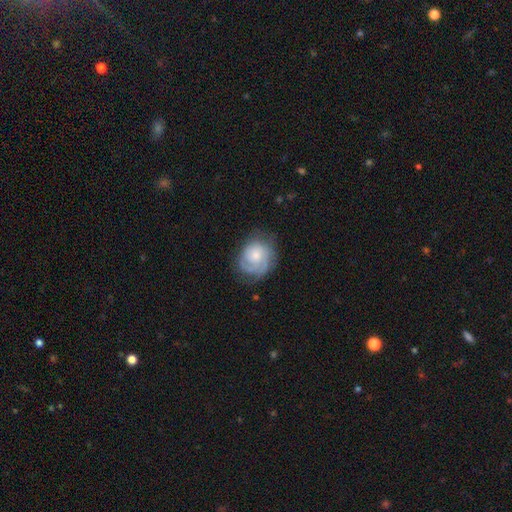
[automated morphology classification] Smooth or featured? featured or disk (66%)
Edge-on disk? no (98%)
Bar? no (76%)
Spiral arms? yes (90%)
Spiral winding? tight (62%)
Spiral arm count? can't tell (31%)
Bulge size? small (46%)
Merging? none (65%)